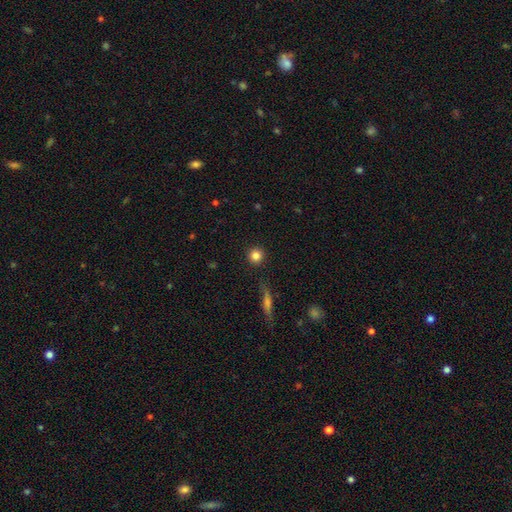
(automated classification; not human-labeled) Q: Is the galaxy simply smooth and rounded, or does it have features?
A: smooth — 83%.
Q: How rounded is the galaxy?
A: round — 94%.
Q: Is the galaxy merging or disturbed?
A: none — 91%.